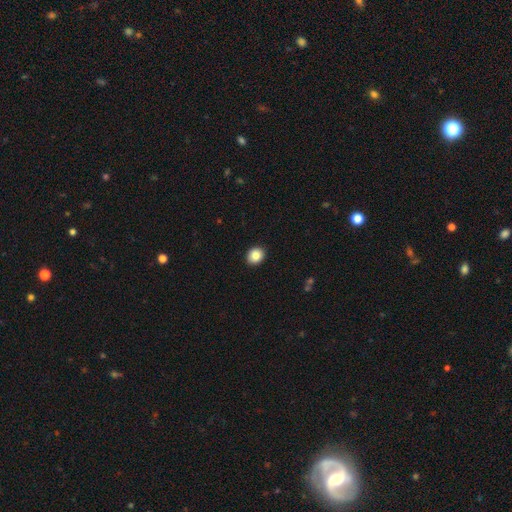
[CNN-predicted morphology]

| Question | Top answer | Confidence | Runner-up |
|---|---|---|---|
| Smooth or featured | smooth | 86% | star or artifact (9%) |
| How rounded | round | 64% | in between (35%) |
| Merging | none | 91% | minor disturbance (7%) |